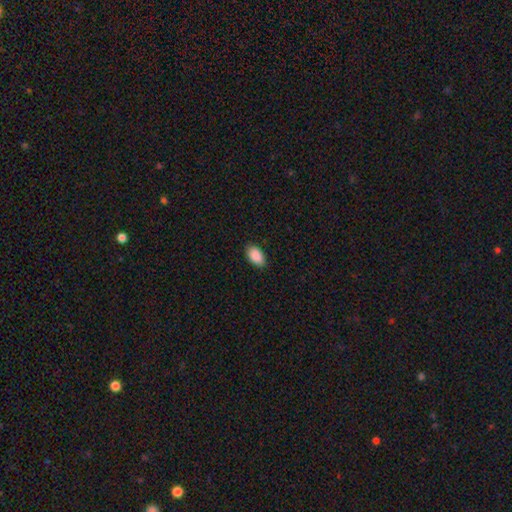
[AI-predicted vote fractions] smooth-or-featured: smooth: 90% | star or artifact: 7% | featured or disk: 3%
  how-rounded: in between: 94% | round: 4% | cigar-shaped: 2%
  merging: none: 88% | minor disturbance: 9% | major disturbance: 2% | merger: 1%